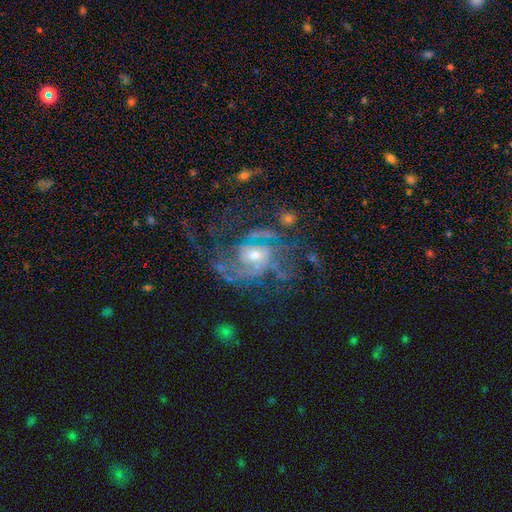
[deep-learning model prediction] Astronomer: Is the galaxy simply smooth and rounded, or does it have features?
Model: featured or disk — 84%.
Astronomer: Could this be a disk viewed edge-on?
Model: no — 97%.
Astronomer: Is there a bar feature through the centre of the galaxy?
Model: no — 65%.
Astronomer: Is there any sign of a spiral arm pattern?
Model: yes — 91%.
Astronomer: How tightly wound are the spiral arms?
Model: medium — 44% (runner-up: tight, 31%).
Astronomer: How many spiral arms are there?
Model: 2 — 33% (runner-up: can't tell, 26%).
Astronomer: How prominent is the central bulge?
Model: moderate — 56% (runner-up: small, 34%).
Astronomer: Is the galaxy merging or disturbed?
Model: none — 47% (runner-up: major disturbance, 32%).